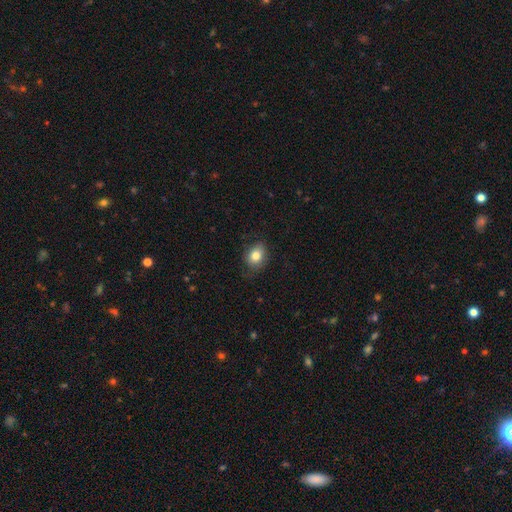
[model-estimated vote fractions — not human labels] smooth_or_featured: smooth (p=0.82) [alt: star or artifact p=0.09]
how_rounded: in between (p=0.58) [alt: round p=0.41]
merging: none (p=0.77) [alt: minor disturbance p=0.18]